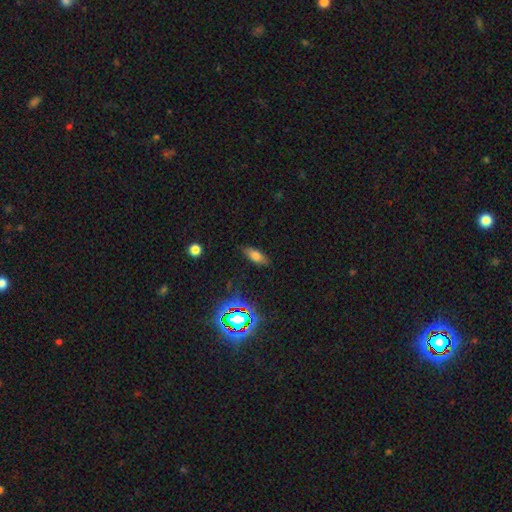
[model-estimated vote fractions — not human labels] This appears to be a smooth galaxy with no disk features (67%) that is in between round and cigar-shaped (75%). Merging: none (83%).